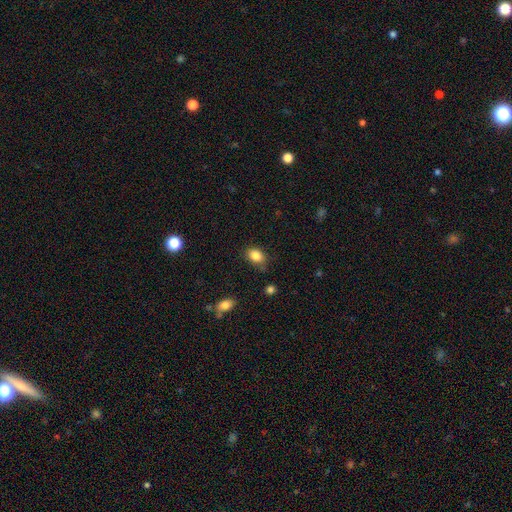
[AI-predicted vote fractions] Overall: smooth (85%). How rounded: in between (73%). Merging: none (75%).